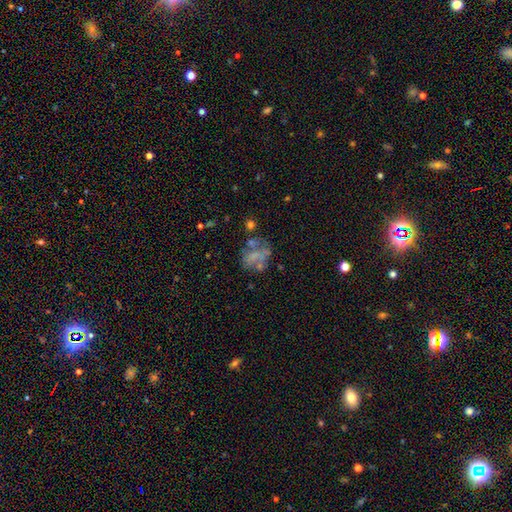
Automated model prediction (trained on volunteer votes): smooth_or_featured: featured or disk (p=0.49) [alt: smooth p=0.35]
merging: none (p=0.42) [alt: major disturbance p=0.23]